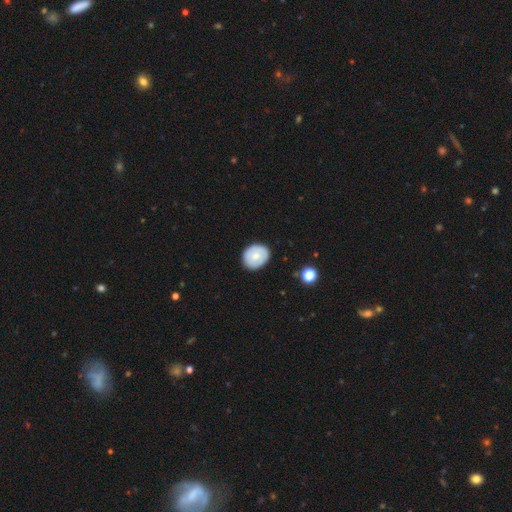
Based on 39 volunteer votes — Volunteers were most divided on "how rounded": round: 55%, in between: 45%, cigar-shaped: 0%. More confident: smooth or featured — smooth (74%); merging — none (70%).